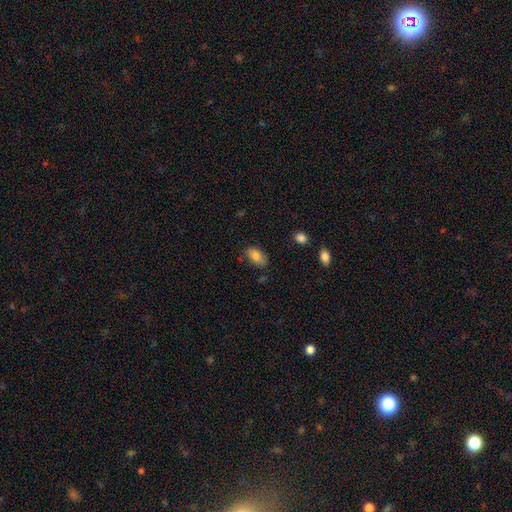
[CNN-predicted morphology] This appears to be a smooth galaxy with no disk features (83%) that is in between round and cigar-shaped (92%). Merging: none (74%).